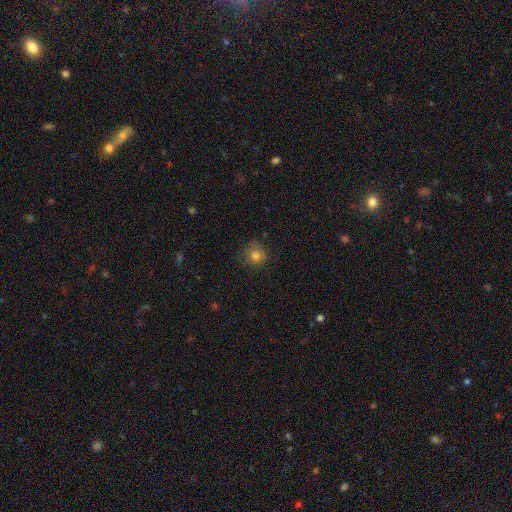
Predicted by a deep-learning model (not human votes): Smooth or featured: smooth — 79% (star or artifact — 12%)
How rounded: round — 86% (in between — 13%)
Merging: none — 72% (minor disturbance — 20%)